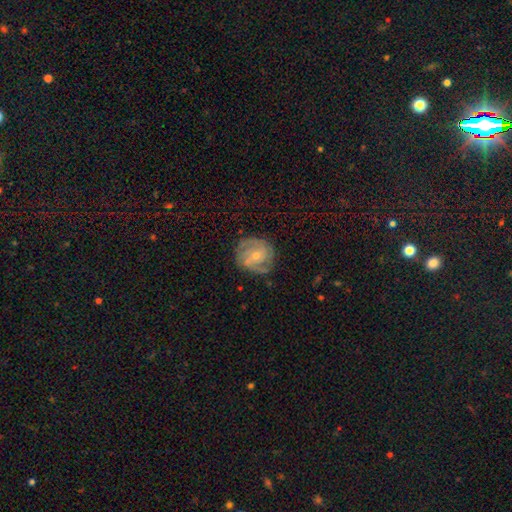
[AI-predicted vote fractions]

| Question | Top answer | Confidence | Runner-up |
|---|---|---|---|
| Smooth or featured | featured or disk | 73% | smooth (20%) |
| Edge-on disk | no | 97% | yes (3%) |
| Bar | no | 48% | weak (42%) |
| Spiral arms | yes | 91% | no (9%) |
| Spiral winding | tight | 50% | medium (39%) |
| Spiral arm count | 2 | 56% | can't tell (21%) |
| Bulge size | small | 58% | moderate (38%) |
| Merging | none | 76% | minor disturbance (17%) |